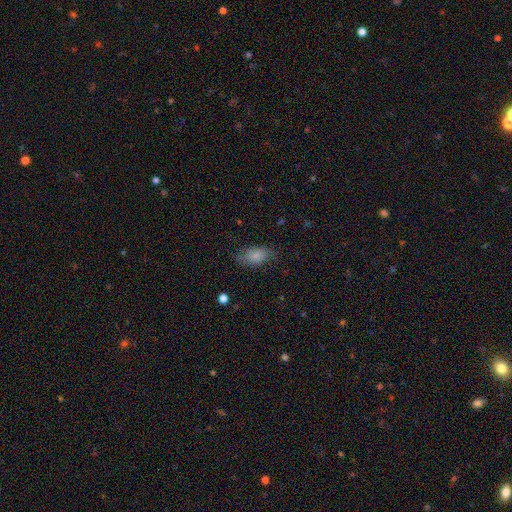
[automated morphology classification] Smooth or featured? smooth (80%)
How rounded? in between (91%)
Merging? none (71%)